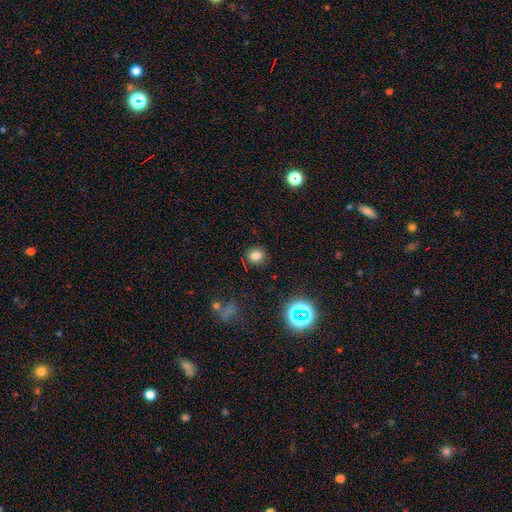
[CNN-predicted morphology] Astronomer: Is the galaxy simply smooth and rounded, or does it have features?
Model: smooth — 77%.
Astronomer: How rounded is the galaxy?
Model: round — 73%.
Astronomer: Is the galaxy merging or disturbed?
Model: none — 87%.